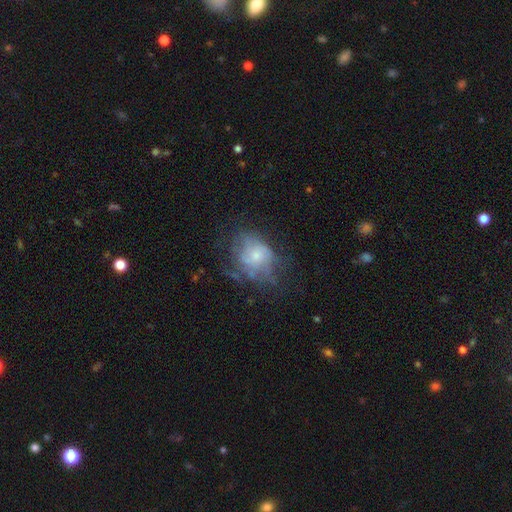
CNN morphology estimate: smooth_or_featured: featured or disk (p=0.50) [alt: smooth p=0.39]
disk_edge_on: no (p=0.97) [alt: yes p=0.03]
merging: none (p=0.43) [alt: major disturbance p=0.28]